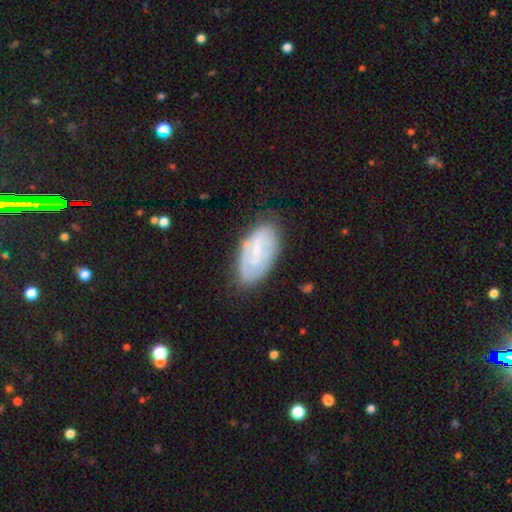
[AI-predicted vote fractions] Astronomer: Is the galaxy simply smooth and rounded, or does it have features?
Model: featured or disk — 58%.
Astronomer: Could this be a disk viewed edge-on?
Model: no — 90%.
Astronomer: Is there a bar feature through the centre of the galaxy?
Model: weak — 43% (runner-up: no, 36%).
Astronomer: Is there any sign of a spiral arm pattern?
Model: yes — 67%.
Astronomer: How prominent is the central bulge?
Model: small — 69%.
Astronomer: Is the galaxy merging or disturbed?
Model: none — 76%.